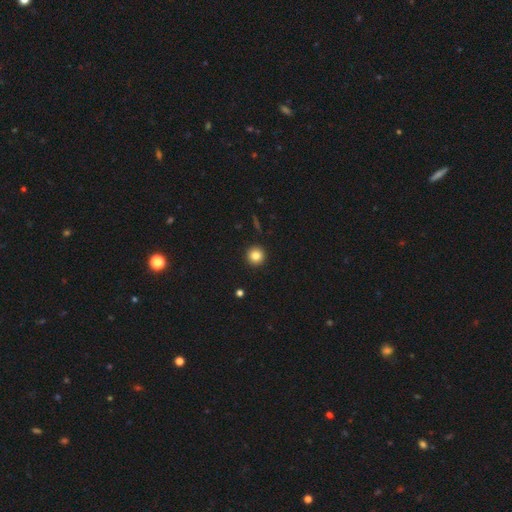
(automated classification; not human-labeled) Q: Smooth or featured?
A: smooth (83%); runner-up: star or artifact (10%)
Q: How rounded?
A: round (96%); runner-up: in between (3%)
Q: Merging?
A: none (93%); runner-up: minor disturbance (4%)